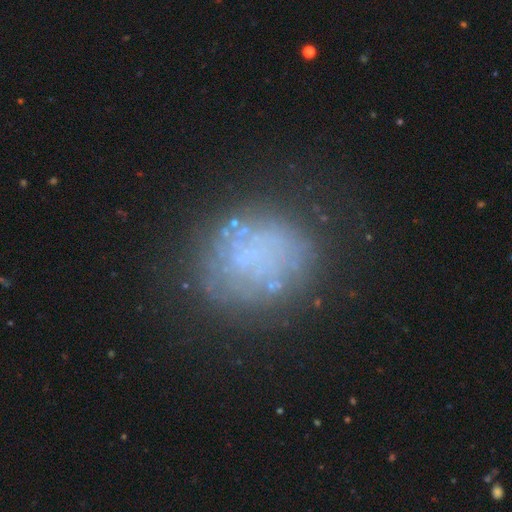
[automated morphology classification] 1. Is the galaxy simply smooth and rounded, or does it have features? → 43% smooth, 41% featured or disk, 17% star or artifact.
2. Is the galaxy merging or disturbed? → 66% none, 17% minor disturbance, 13% major disturbance, 4% merger.